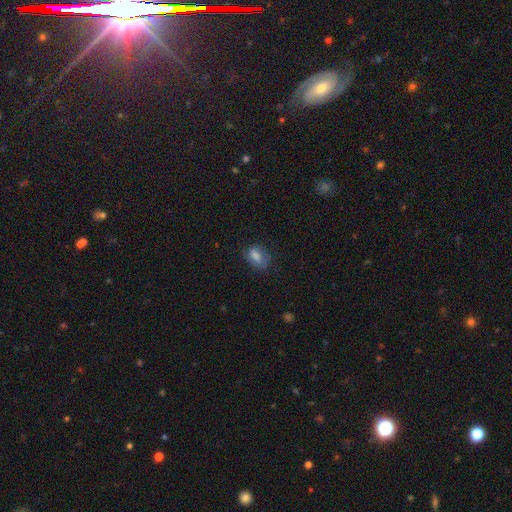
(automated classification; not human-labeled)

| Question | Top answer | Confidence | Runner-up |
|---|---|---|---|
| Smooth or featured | smooth | 75% | featured or disk (13%) |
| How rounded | in between | 79% | round (16%) |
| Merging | none | 62% | minor disturbance (25%) |